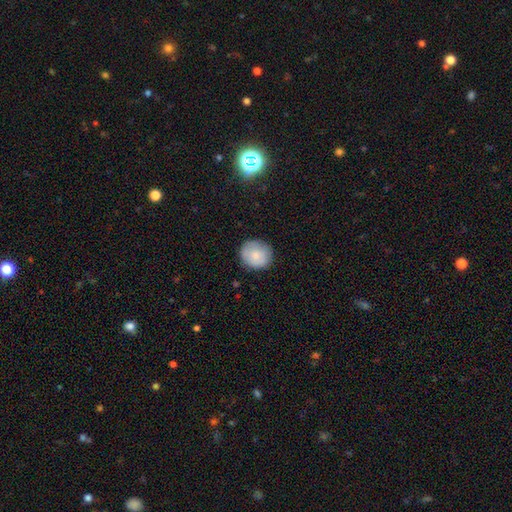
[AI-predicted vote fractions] Overall: smooth (81%). How rounded: round (89%). Merging: none (83%).